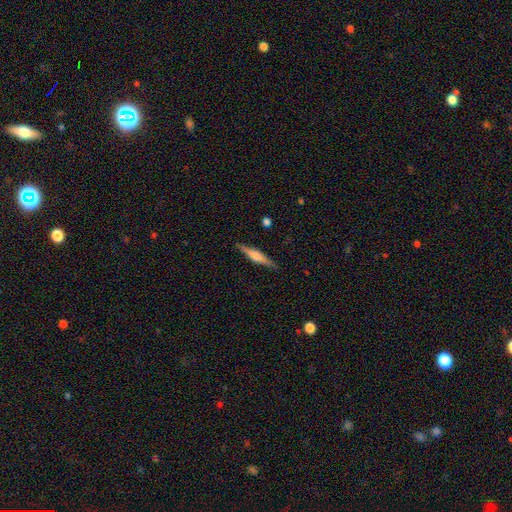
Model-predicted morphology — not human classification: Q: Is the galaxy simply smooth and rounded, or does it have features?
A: featured or disk — 54%.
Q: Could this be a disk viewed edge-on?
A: yes — 97%.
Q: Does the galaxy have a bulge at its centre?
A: rounded — 62%.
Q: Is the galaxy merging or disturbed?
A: none — 88%.